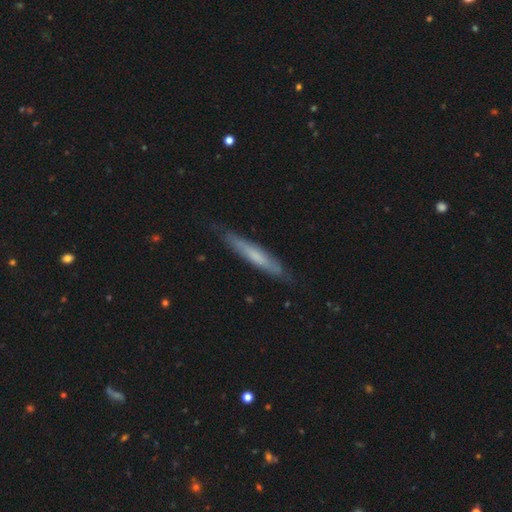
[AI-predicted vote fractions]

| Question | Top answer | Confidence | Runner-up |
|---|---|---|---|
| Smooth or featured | smooth | 50% | featured or disk (44%) |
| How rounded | cigar-shaped | 92% | in between (7%) |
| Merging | none | 80% | minor disturbance (16%) |